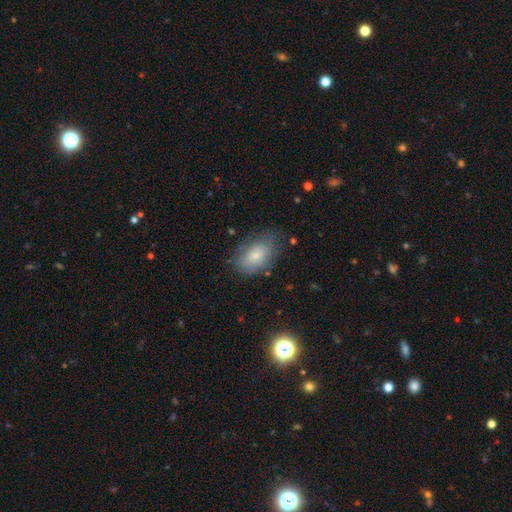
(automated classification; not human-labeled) smooth-or-featured: smooth: 78% | featured or disk: 14% | star or artifact: 8%
  how-rounded: in between: 90% | round: 8% | cigar-shaped: 2%
  merging: none: 69% | minor disturbance: 22% | major disturbance: 7% | merger: 2%